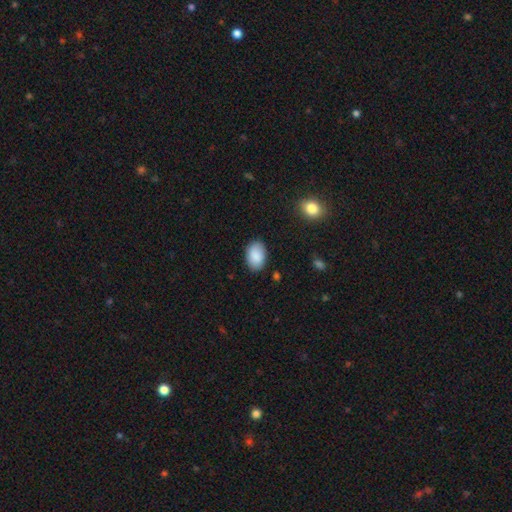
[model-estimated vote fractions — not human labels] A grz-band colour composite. It shows a smooth galaxy with no disk features (89%) that is in between round and cigar-shaped (90%). Merging: none (86%).